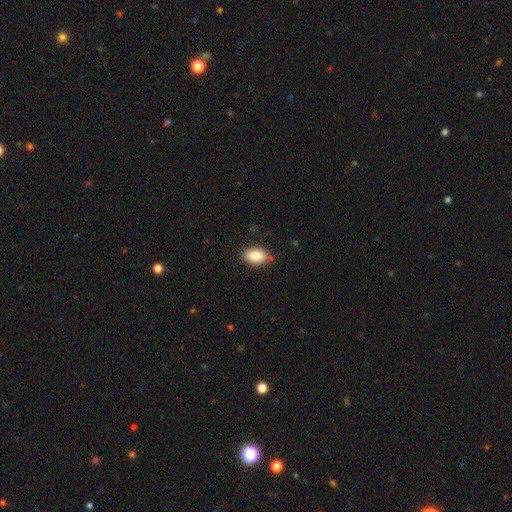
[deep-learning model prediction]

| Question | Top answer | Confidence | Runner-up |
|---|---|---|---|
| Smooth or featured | smooth | 87% | star or artifact (7%) |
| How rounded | in between | 91% | round (7%) |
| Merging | none | 83% | minor disturbance (13%) |